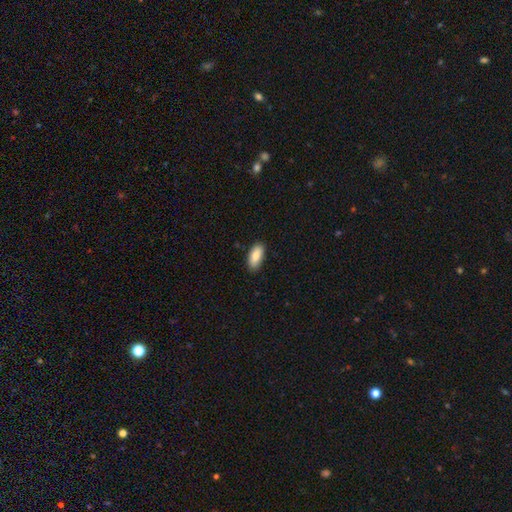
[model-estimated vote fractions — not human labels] A smooth galaxy with no disk features (84%) that is in between round and cigar-shaped (88%).

Vote fractions:
- Smooth or featured? smooth: 84% / featured or disk: 10% / star or artifact: 6%
- How rounded? in between: 88% / cigar-shaped: 9% / round: 2%
- Merging? none: 87% / minor disturbance: 10% / major disturbance: 2% / merger: 1%